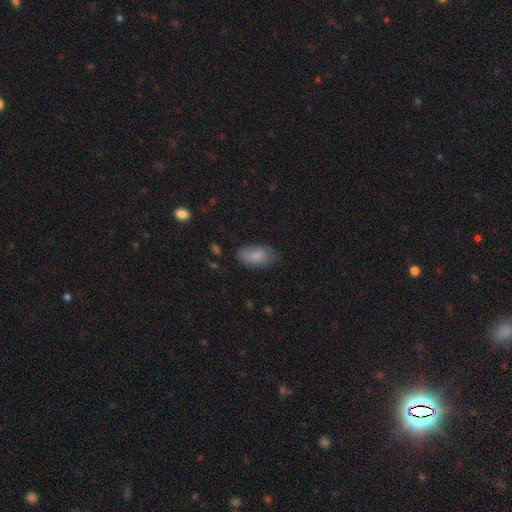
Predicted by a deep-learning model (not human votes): This appears to be a smooth galaxy with no disk features (85%) that is in between round and cigar-shaped (93%). Merging: none (72%).